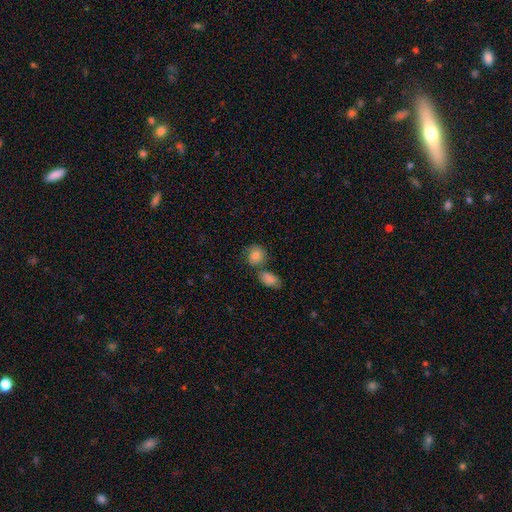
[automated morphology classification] This appears to be a smooth galaxy with no disk features (82%) that is round (66%). Merging: none (51%).